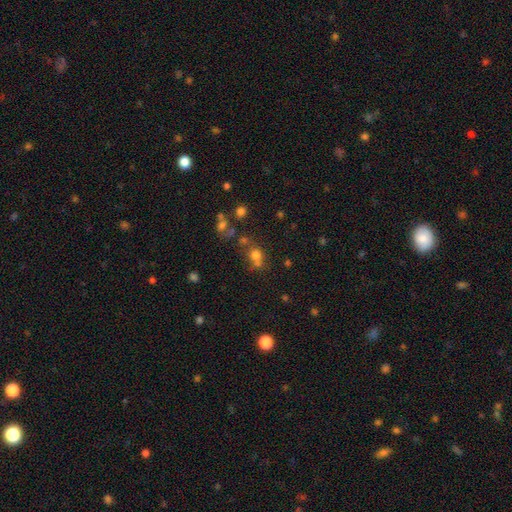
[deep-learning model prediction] smooth_or_featured: smooth (p=0.69) [alt: star or artifact p=0.20]
how_rounded: round (p=0.74) [alt: in between p=0.25]
merging: none (p=0.48) [alt: merger p=0.33]